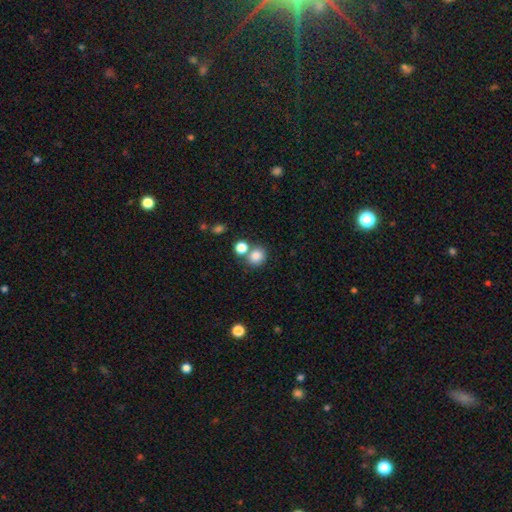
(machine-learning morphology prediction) Overall: smooth (82%). How rounded: round (82%). Merging: none (62%; merger 26%).